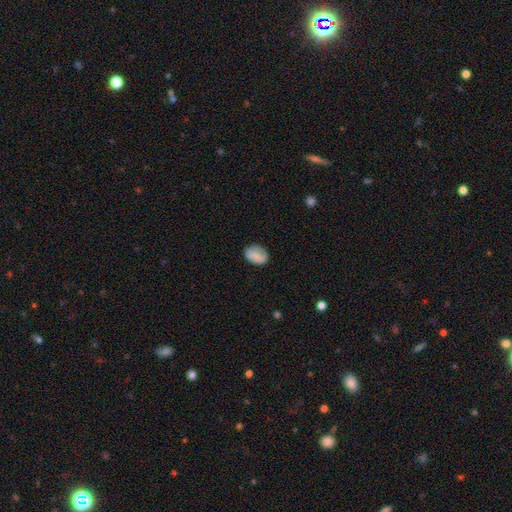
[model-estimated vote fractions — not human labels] The model was most divided on "merging": none: 74%, minor disturbance: 19%, major disturbance: 5%, merger: 1%. More confident: smooth or featured — smooth (81%); how rounded — in between (81%).